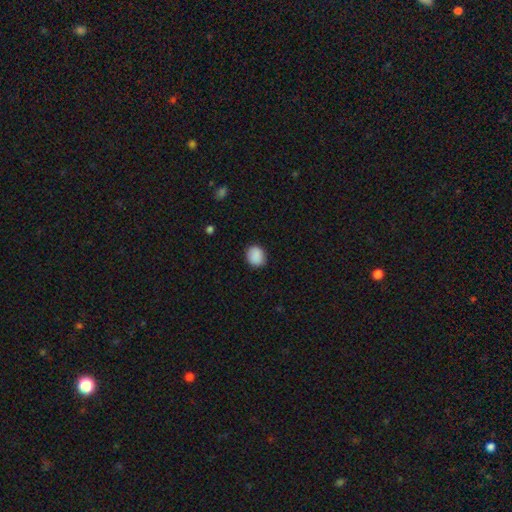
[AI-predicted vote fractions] smooth 89%, star or artifact 8%, featured or disk 3%. Down the decision tree: how rounded — round (66%); merging — none (87%).